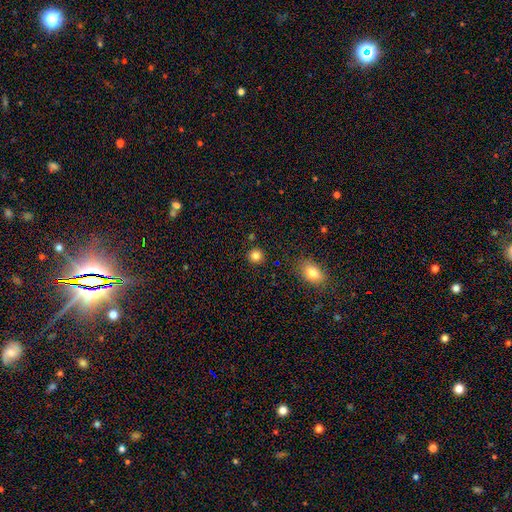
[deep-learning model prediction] smooth-or-featured: smooth: 83% | star or artifact: 12% | featured or disk: 5%
  how-rounded: round: 92% | in between: 7% | cigar-shaped: 1%
  merging: none: 90% | minor disturbance: 6% | merger: 3% | major disturbance: 2%